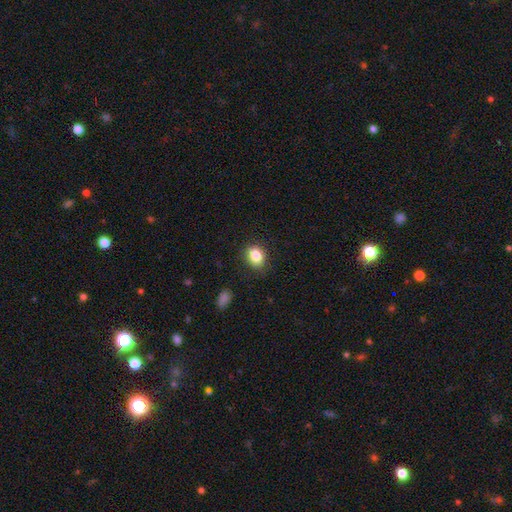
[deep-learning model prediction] Q: Smooth or featured?
A: smooth (84%); runner-up: star or artifact (10%)
Q: How rounded?
A: round (50%); runner-up: in between (49%)
Q: Merging?
A: none (84%); runner-up: minor disturbance (12%)